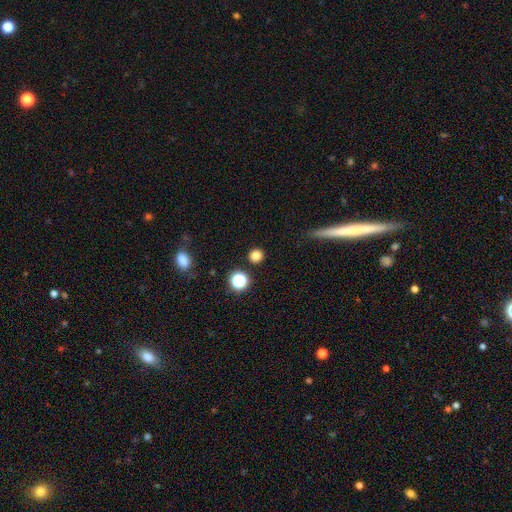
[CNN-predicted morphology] This appears to be a smooth galaxy with no disk features (81%) that is round (91%). Merging: none (89%).